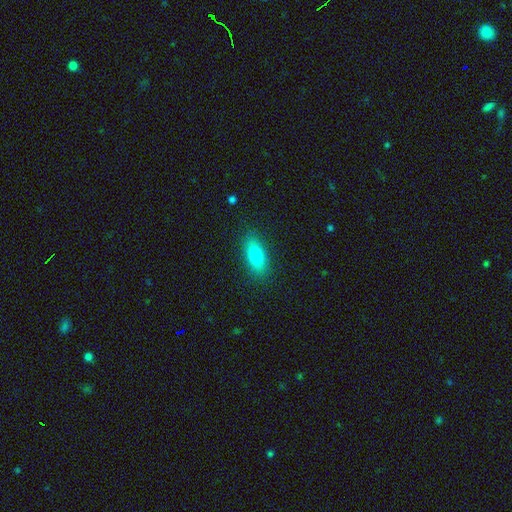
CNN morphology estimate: Q: Smooth or featured?
A: smooth (77%); runner-up: featured or disk (15%)
Q: How rounded?
A: in between (78%); runner-up: cigar-shaped (18%)
Q: Merging?
A: none (87%); runner-up: minor disturbance (10%)